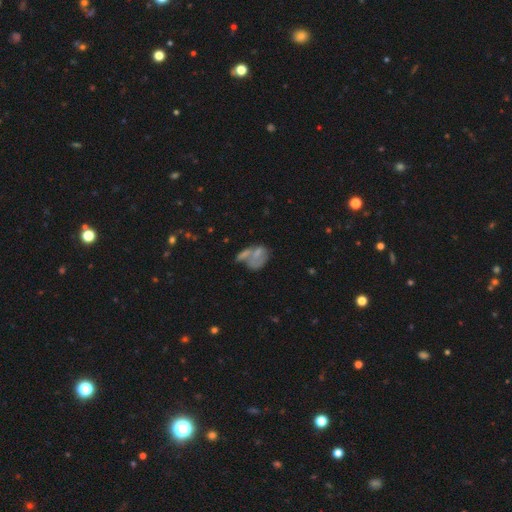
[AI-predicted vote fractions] smooth 52%, featured or disk 36%, star or artifact 13%. Down the decision tree: how rounded — in between (70%); merging — merger (40%).